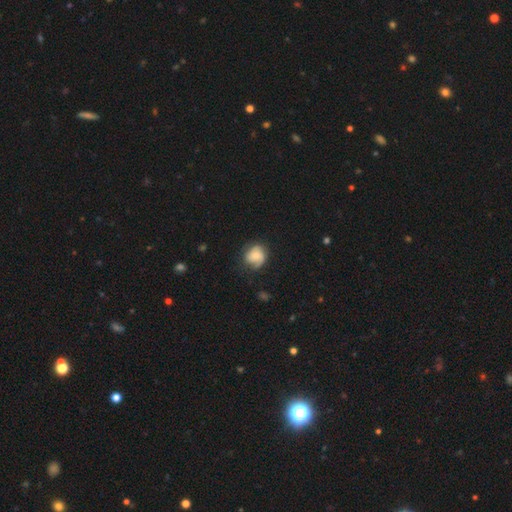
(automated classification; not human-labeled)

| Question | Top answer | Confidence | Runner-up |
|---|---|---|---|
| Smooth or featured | featured or disk | 46% | tied: smooth (46%) |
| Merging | none | 63% | minor disturbance (25%) |